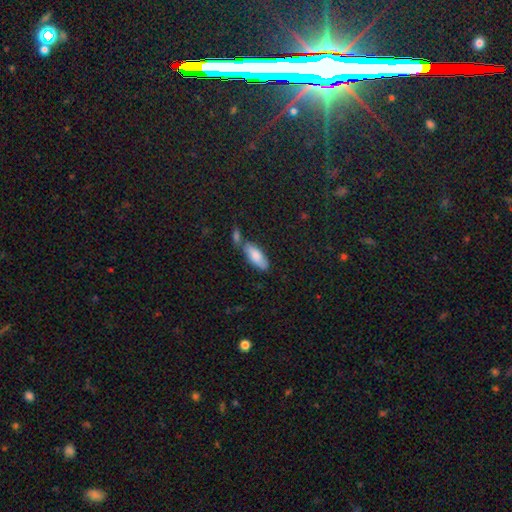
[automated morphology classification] smooth-or-featured: smooth: 81% | featured or disk: 12% | star or artifact: 7%
  how-rounded: in between: 76% | cigar-shaped: 21% | round: 2%
  merging: none: 57% | merger: 23% | minor disturbance: 16% | major disturbance: 4%